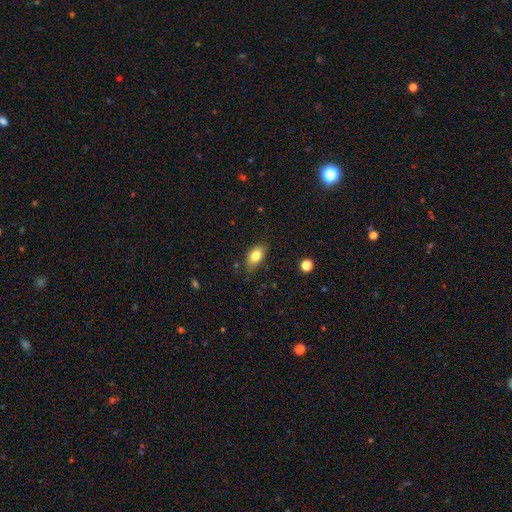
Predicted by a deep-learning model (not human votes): The model was most divided on "merging": none: 77%, minor disturbance: 18%, major disturbance: 3%, merger: 2%. More confident: how rounded — in between (88%); smooth or featured — smooth (80%).